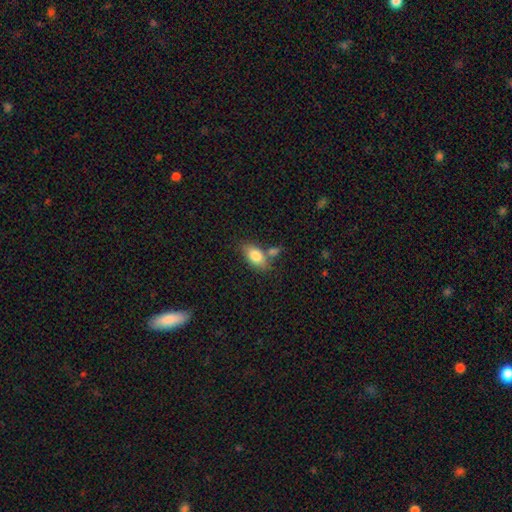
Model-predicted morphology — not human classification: smooth_or_featured: smooth (p=0.83) [alt: featured or disk p=0.10]
how_rounded: in between (p=0.90) [alt: round p=0.07]
merging: none (p=0.58) [alt: merger p=0.22]